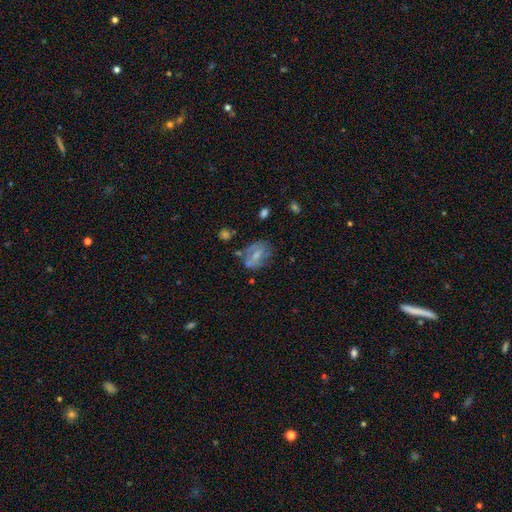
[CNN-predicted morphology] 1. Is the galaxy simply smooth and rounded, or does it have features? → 54% featured or disk, 37% smooth, 9% star or artifact.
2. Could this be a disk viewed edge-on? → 96% no, 4% yes.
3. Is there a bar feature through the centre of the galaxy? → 45% weak, 38% no, 18% strong.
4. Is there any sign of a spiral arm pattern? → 61% yes, 39% no.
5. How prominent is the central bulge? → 42% small, 38% moderate, 15% none, 4% large, 1% dominant.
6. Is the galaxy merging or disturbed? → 55% none, 24% minor disturbance, 13% major disturbance, 7% merger.